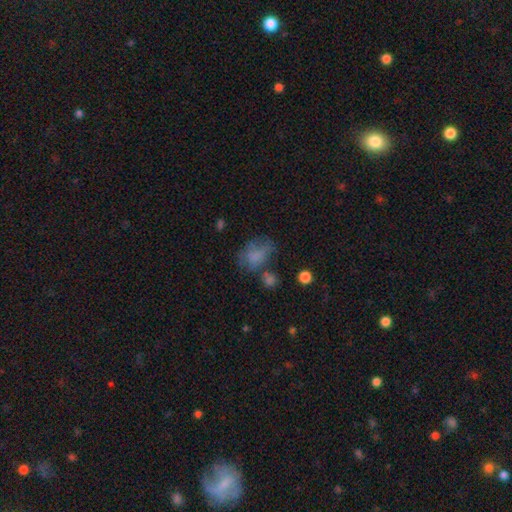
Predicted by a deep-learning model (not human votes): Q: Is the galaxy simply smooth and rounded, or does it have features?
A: smooth — 63%.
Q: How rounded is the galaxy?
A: in between — 75%.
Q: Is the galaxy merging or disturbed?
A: none — 37%.